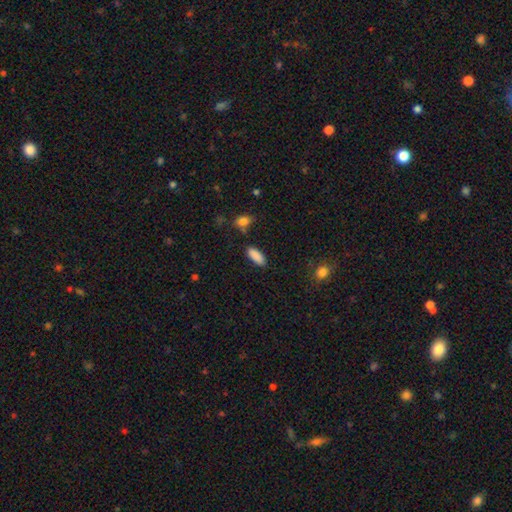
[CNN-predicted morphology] Overall: smooth (89%). How rounded: in between (74%). Merging: none (83%).